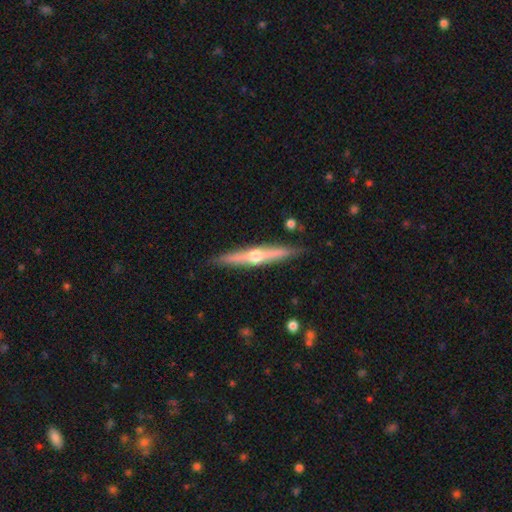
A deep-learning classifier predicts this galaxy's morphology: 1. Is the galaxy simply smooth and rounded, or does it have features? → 72% featured or disk, 23% smooth, 5% star or artifact.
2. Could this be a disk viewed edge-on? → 97% yes, 3% no.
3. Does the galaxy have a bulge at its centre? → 93% rounded, 4% none, 3% boxy.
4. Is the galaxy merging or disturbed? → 88% none, 8% minor disturbance, 2% major disturbance, 2% merger.